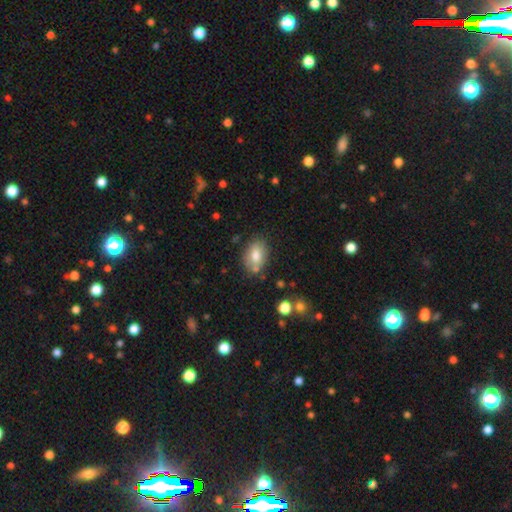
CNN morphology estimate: A smooth galaxy with no disk features (76%) that is in between round and cigar-shaped (83%).

Vote fractions:
- Smooth or featured? smooth: 76% / featured or disk: 15% / star or artifact: 9%
- How rounded? in between: 83% / round: 15% / cigar-shaped: 1%
- Merging? none: 73% / minor disturbance: 16% / merger: 7% / major disturbance: 4%